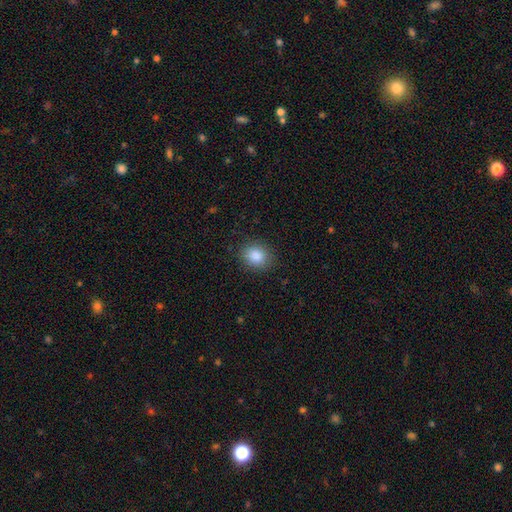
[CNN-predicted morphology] A smooth galaxy with no disk features (87%) that is round (58%). Merging: none (87%).